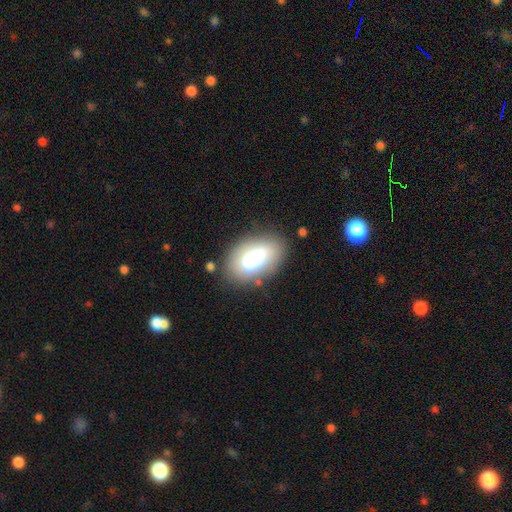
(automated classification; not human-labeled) smooth_or_featured: smooth (p=0.72) [alt: featured or disk p=0.20]
how_rounded: in between (p=0.91) [alt: round p=0.07]
merging: none (p=0.69) [alt: minor disturbance p=0.18]